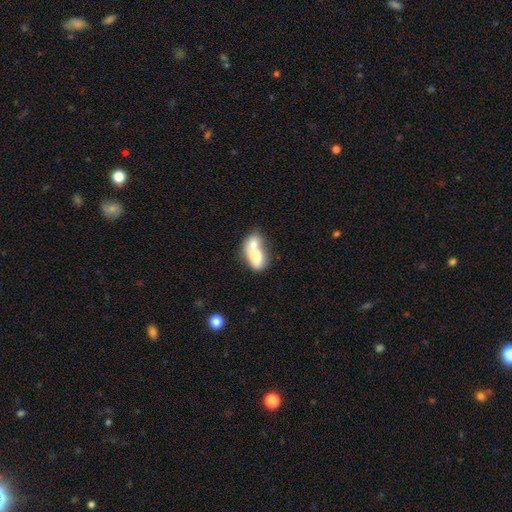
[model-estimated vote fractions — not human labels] Smooth or featured? Predicted: smooth (p=0.68). How rounded? Predicted: in between (p=0.82). Merging? Predicted: merger (p=0.71).